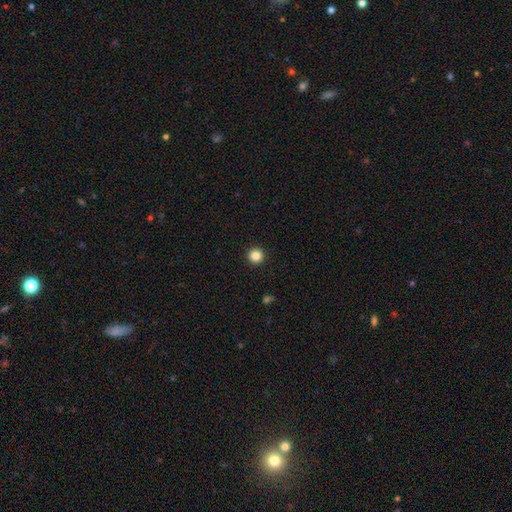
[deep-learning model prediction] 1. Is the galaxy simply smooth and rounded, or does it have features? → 85% smooth, 11% star or artifact, 4% featured or disk.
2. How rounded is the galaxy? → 96% round, 3% in between, 1% cigar-shaped.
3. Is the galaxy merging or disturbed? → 94% none, 4% minor disturbance, 1% major disturbance, 1% merger.